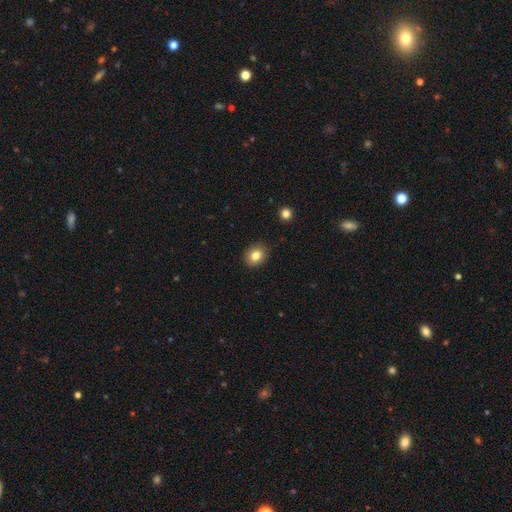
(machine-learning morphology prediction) A smooth galaxy with no disk features (82%) that is round (54%).

Vote fractions:
- Smooth or featured? smooth: 82% / star or artifact: 10% / featured or disk: 8%
- How rounded? round: 54% / in between: 45% / cigar-shaped: 1%
- Merging? none: 89% / minor disturbance: 8% / major disturbance: 2% / merger: 1%